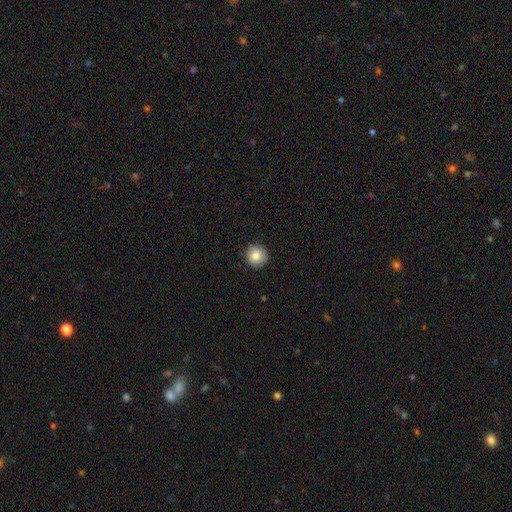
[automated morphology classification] Smooth or featured? smooth (83%)
How rounded? round (91%)
Merging? none (85%)